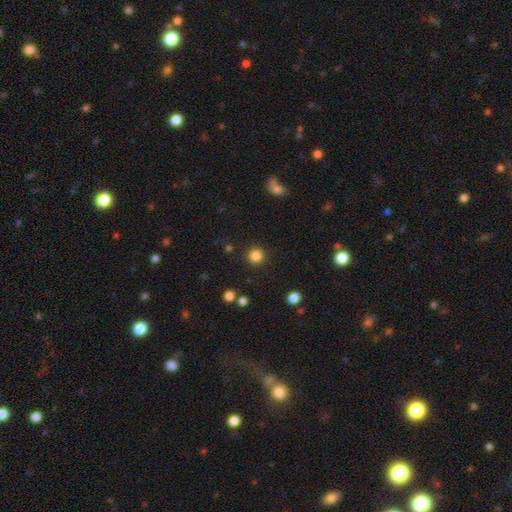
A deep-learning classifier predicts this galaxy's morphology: Smooth or featured: smooth — 84% (star or artifact — 11%)
How rounded: round — 94% (in between — 5%)
Merging: none — 91% (minor disturbance — 5%)